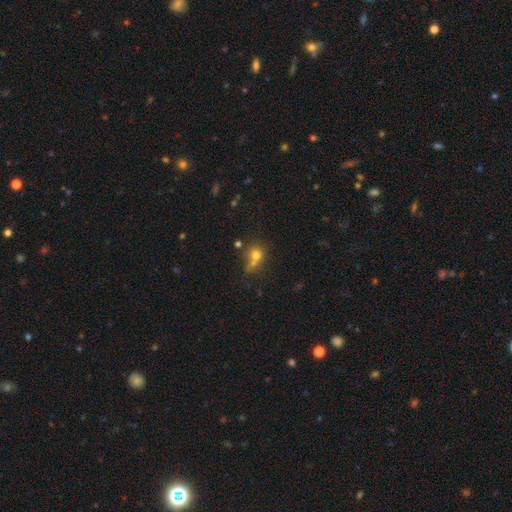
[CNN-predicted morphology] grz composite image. It shows a smooth galaxy with no disk features (70%) that is round (80%). Merging: none (47%).